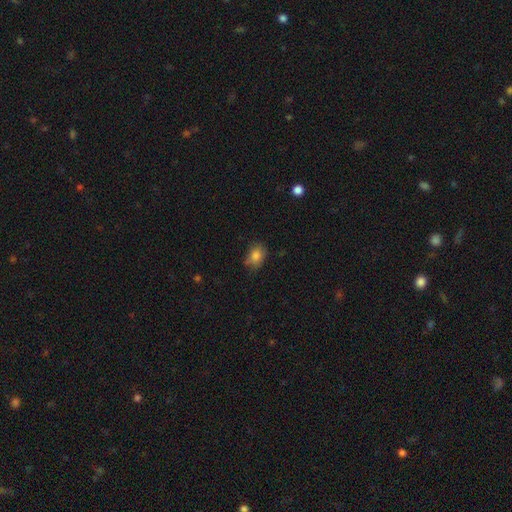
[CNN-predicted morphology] Smooth or featured: smooth — 81% (star or artifact — 9%)
How rounded: in between — 69% (round — 30%)
Merging: none — 66% (minor disturbance — 26%)